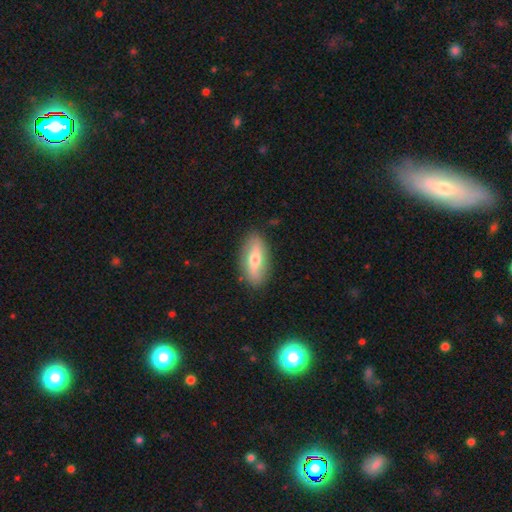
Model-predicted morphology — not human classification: smooth 47%, featured or disk 45%, star or artifact 8%. Down the decision tree: merging — none (87%).